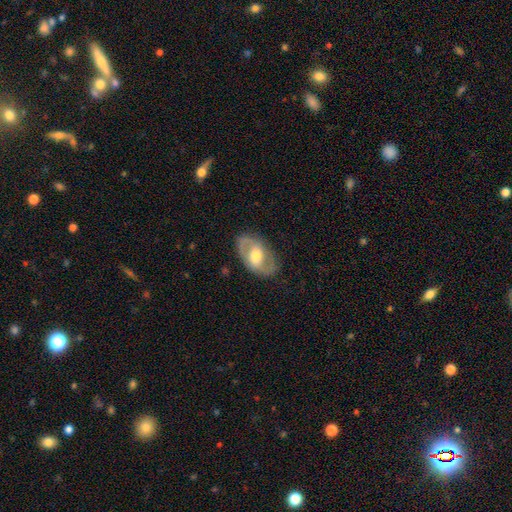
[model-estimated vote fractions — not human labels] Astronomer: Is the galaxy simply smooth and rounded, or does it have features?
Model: featured or disk — 69%.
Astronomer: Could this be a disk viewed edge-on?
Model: no — 95%.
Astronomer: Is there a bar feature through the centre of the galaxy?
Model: weak — 44% (runner-up: no, 31%).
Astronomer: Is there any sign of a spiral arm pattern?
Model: yes — 75%.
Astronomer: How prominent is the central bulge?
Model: moderate — 66%.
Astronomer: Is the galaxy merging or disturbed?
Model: none — 80%.